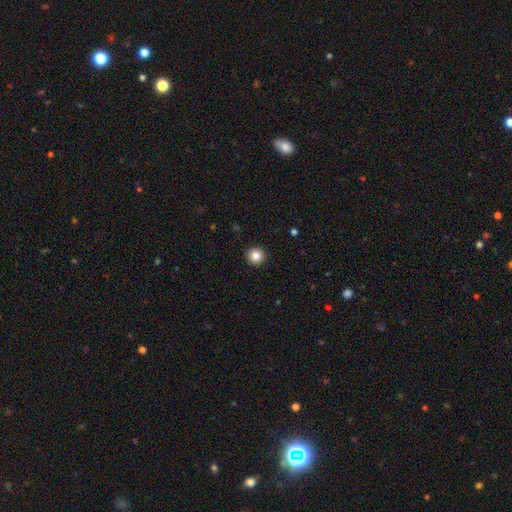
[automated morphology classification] Overall: smooth (84%). How rounded: round (96%). Merging: none (94%).